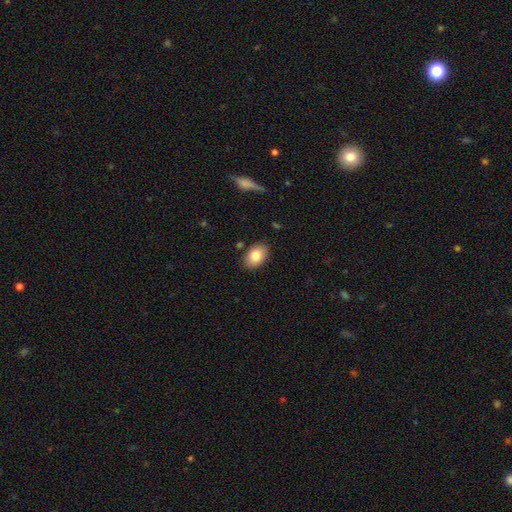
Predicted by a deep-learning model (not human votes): smooth-or-featured: smooth: 81% | featured or disk: 12% | star or artifact: 8%
  how-rounded: in between: 85% | round: 13% | cigar-shaped: 1%
  merging: none: 86% | minor disturbance: 10% | major disturbance: 2% | merger: 2%